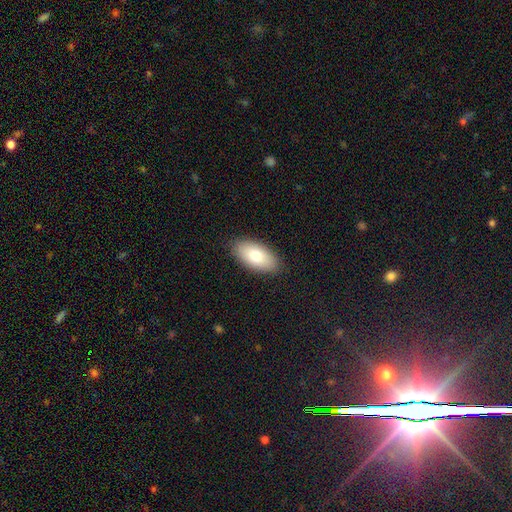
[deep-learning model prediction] smooth_or_featured: smooth (p=0.78) [alt: featured or disk p=0.15]
how_rounded: in between (p=0.94) [alt: cigar-shaped p=0.04]
merging: none (p=0.88) [alt: minor disturbance p=0.09]